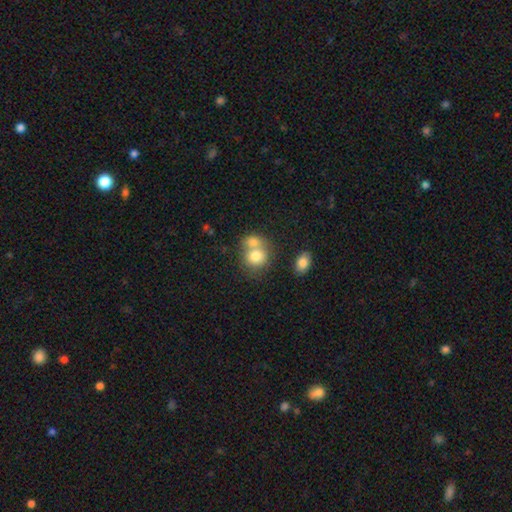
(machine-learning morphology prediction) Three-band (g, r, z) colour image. It shows a smooth galaxy with no disk features (76%) that is round (71%). Merging: merger (56%).